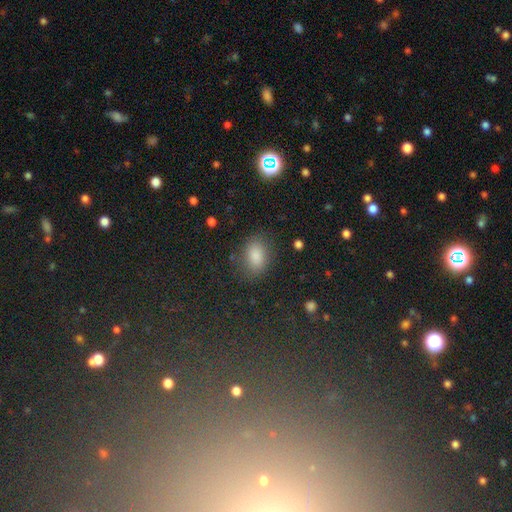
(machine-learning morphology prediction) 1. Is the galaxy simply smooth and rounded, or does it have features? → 83% smooth, 11% star or artifact, 6% featured or disk.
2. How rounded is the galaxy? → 79% in between, 19% round, 2% cigar-shaped.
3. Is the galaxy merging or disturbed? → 78% none, 14% minor disturbance, 6% major disturbance, 2% merger.